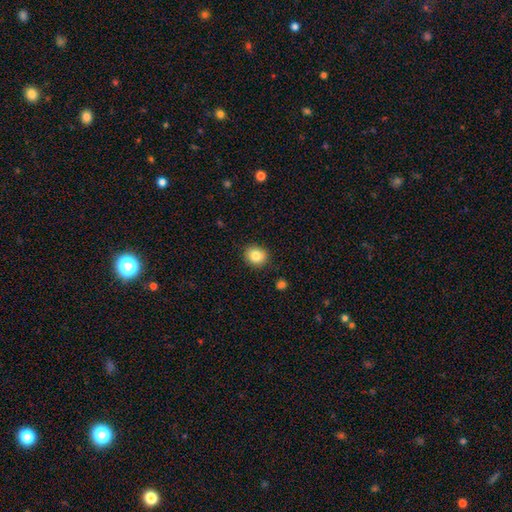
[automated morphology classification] A smooth galaxy with no disk features (83%) that is round (77%). Merging: none (88%).